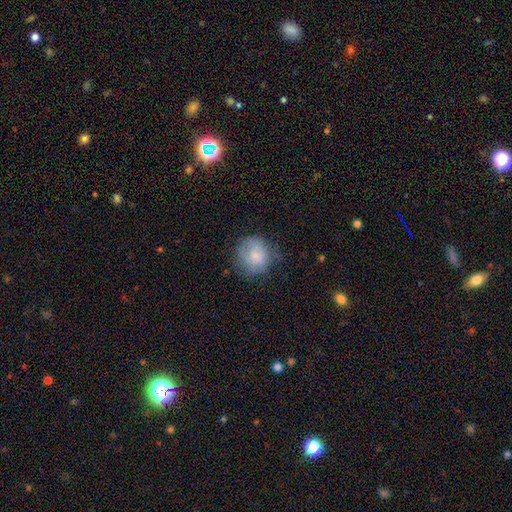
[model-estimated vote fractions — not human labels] Overall: smooth (71%). How rounded: round (80%). Merging: none (59%; minor disturbance 27%).